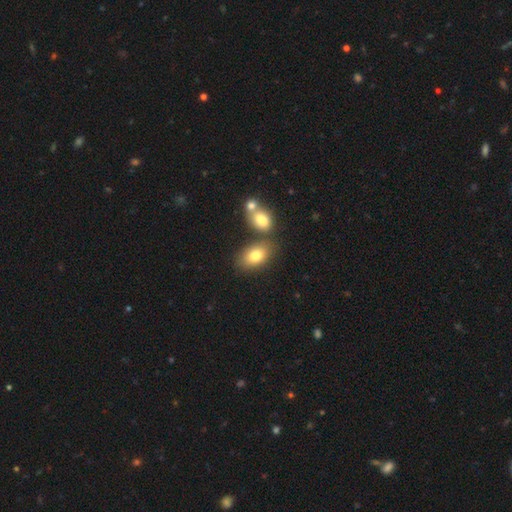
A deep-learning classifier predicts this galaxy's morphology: The model was most divided on "merging": none: 60%, merger: 24%, minor disturbance: 12%, major disturbance: 4%. More confident: how rounded — in between (87%); smooth or featured — smooth (78%).